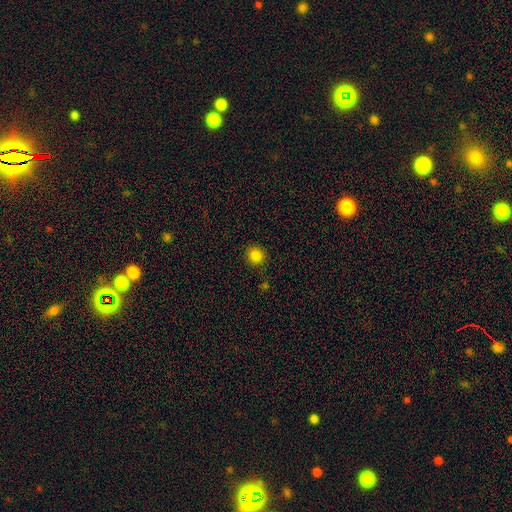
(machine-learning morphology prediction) smooth 84%, star or artifact 13%, featured or disk 4%. Down the decision tree: how rounded — round (86%); merging — none (89%).